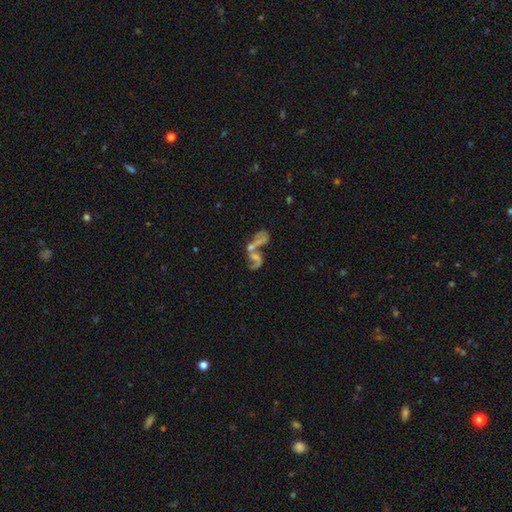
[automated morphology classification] smooth-or-featured: featured or disk: 68% | smooth: 19% | star or artifact: 13%
  disk-edge-on: no: 95% | yes: 5%
    bar: no: 58% | weak: 30% | strong: 12%
    has-spiral-arms: yes: 70% | no: 30%
    bulge-size: none: 37% | small: 34% | moderate: 23% | large: 4% | dominant: 2%
  merging: merger: 57% | none: 19% | major disturbance: 15% | minor disturbance: 8%